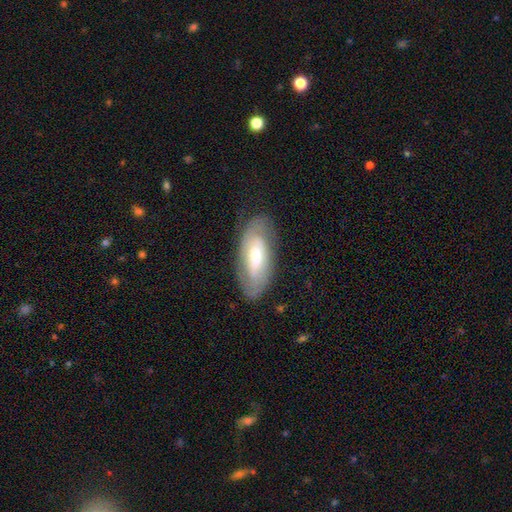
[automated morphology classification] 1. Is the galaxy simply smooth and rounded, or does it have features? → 58% featured or disk, 36% smooth, 6% star or artifact.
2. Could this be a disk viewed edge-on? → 85% no, 15% yes.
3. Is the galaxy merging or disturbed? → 77% none, 17% minor disturbance, 6% major disturbance, 1% merger.